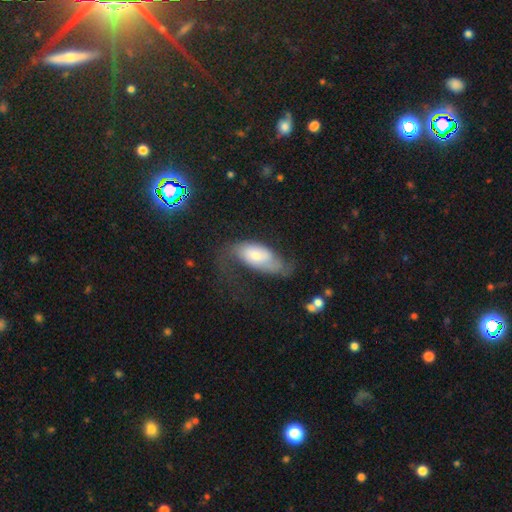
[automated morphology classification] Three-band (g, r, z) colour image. It shows a featured or disk galaxy (50%). Merging: major disturbance (38%).